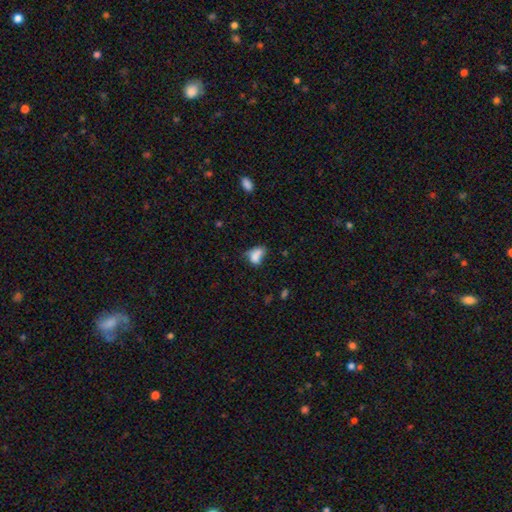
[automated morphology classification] The model was most divided on "merging" (2-way tie): none: 29%, minor disturbance: 29%, merger: 22%, major disturbance: 20%. More confident: how rounded — in between (79%); smooth or featured — smooth (73%).